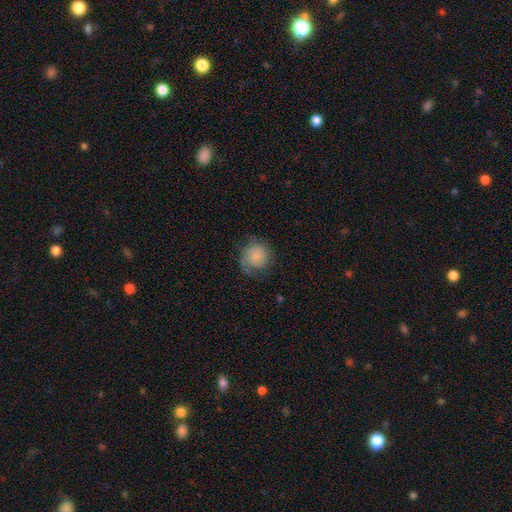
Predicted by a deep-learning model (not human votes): This is likely a smooth galaxy (61%). How rounded: clearly round (84%). Merging: likely none (63%).